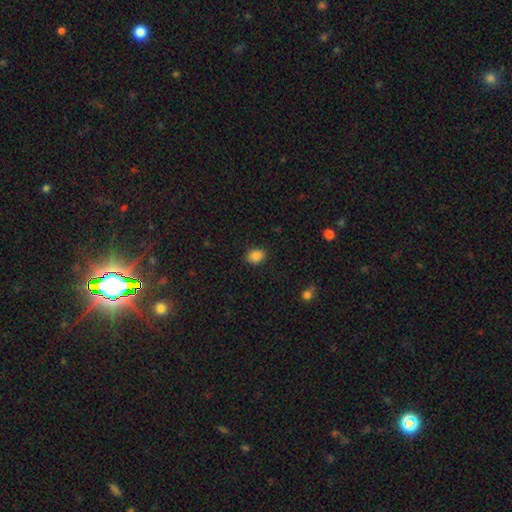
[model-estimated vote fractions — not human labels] Q: Smooth or featured?
A: smooth (86%); runner-up: star or artifact (10%)
Q: How rounded?
A: in between (59%); runner-up: round (40%)
Q: Merging?
A: none (86%); runner-up: minor disturbance (11%)